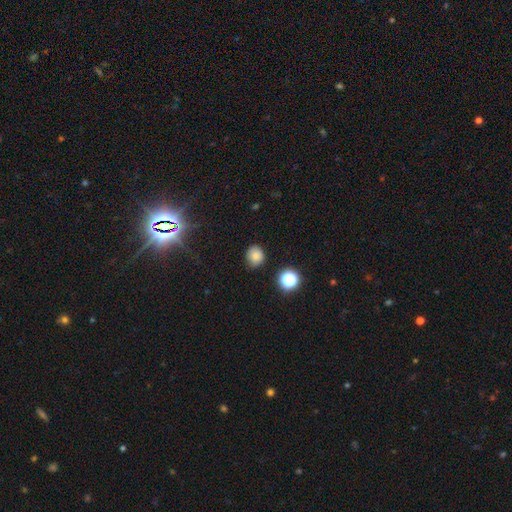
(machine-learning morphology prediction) Smooth or featured? Predicted: smooth (p=0.81). How rounded? Predicted: round (p=0.77). Merging? Predicted: none (p=0.80).